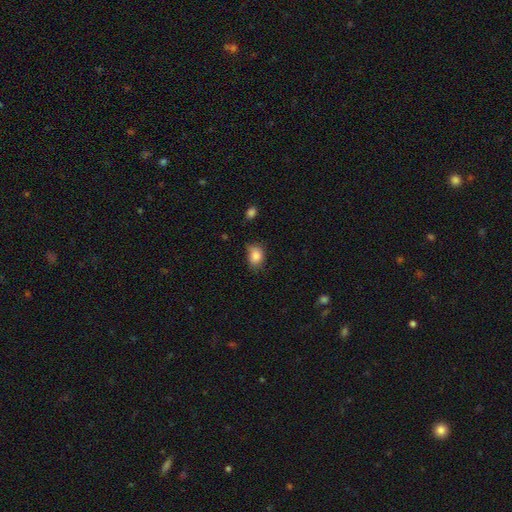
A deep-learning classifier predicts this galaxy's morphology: smooth 84%, star or artifact 9%, featured or disk 7%. Down the decision tree: how rounded — in between (60%); merging — none (59%).